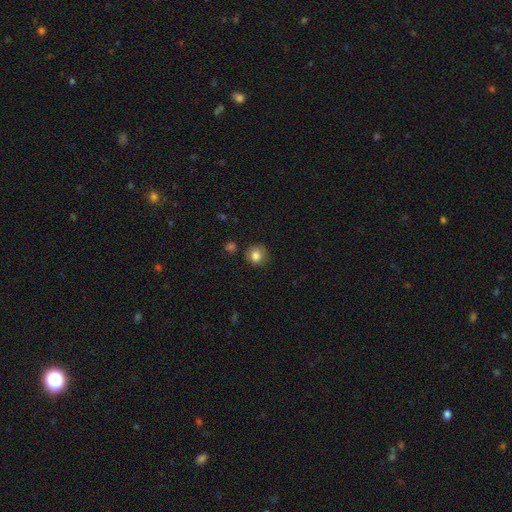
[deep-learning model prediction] Morphology: type=smooth (83%); roundness=round (84%); merging=none (79%).